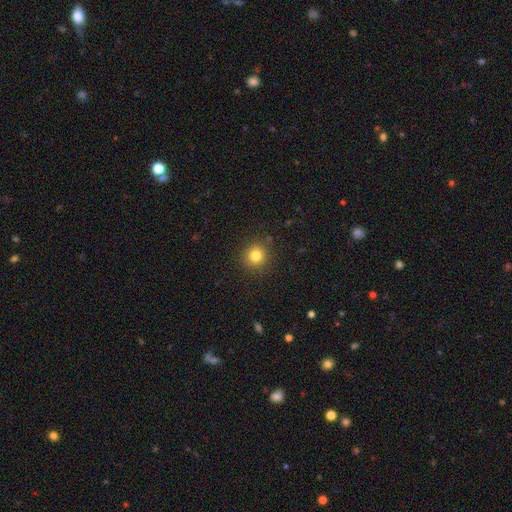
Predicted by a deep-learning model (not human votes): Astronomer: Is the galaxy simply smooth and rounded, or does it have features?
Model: smooth — 81%.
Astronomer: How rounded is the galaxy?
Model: round — 93%.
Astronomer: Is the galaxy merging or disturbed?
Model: none — 90%.